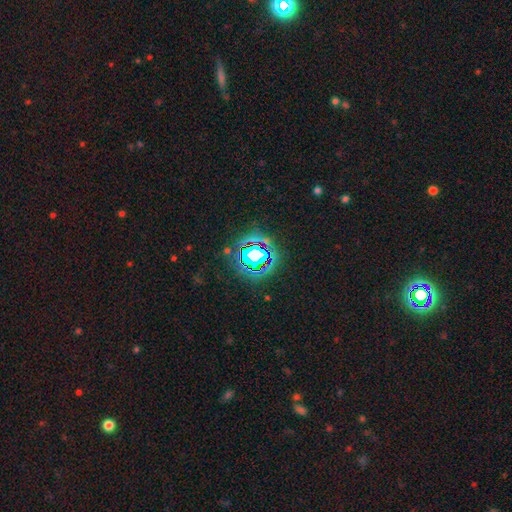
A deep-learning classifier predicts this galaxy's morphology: The model was most divided on "smooth or featured": star or artifact: 74%, smooth: 15%, featured or disk: 11%.